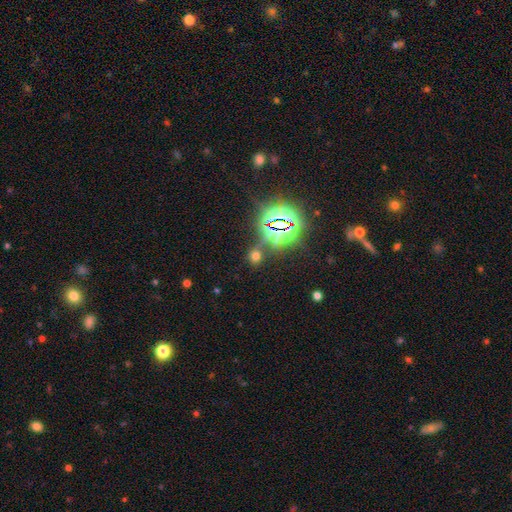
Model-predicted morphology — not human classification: Smooth or featured? star or artifact (48%)